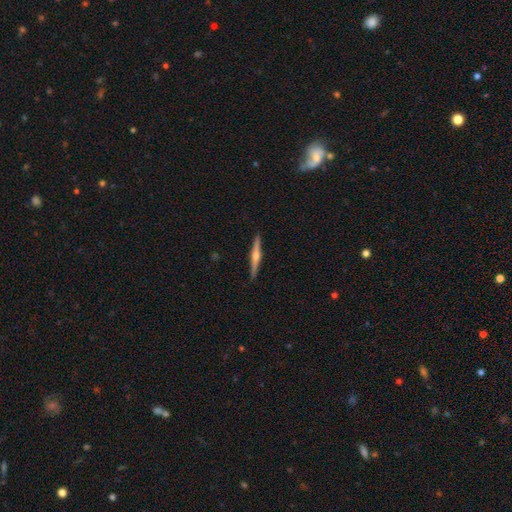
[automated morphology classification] A featured or disk galaxy (71%) viewed edge-on (98%) with a rounded central bulge (87%). Merging: none (92%).